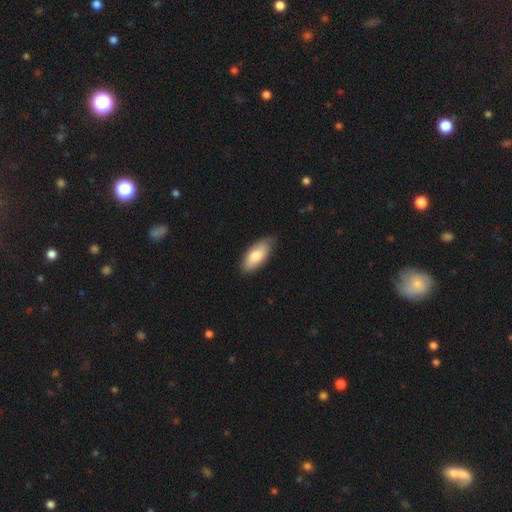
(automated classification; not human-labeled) smooth 78%, featured or disk 16%, star or artifact 6%. Down the decision tree: how rounded — in between (89%); merging — none (77%).